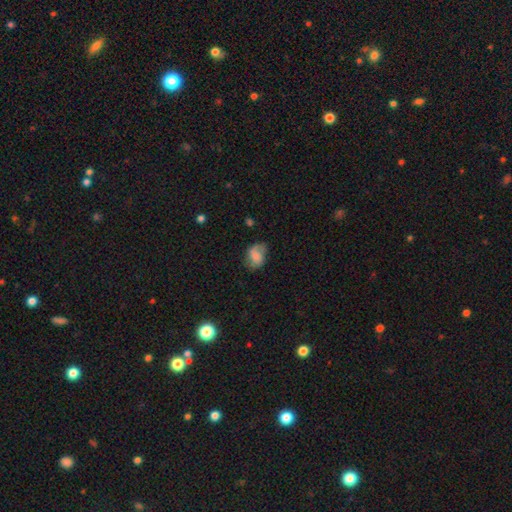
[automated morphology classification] This is possibly a smooth galaxy (56%). How rounded: likely in between (69%). Merging: possibly none (57%).